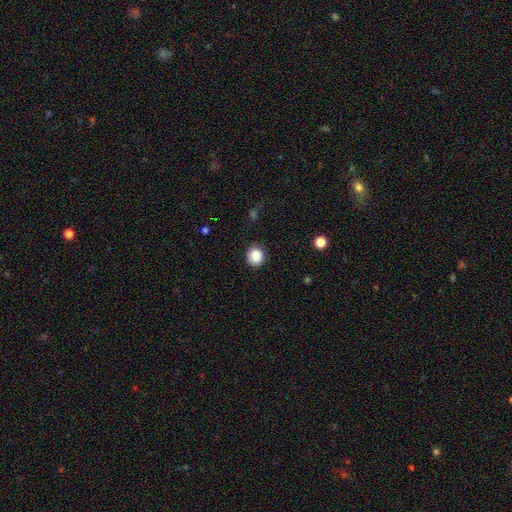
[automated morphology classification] Smooth or featured: smooth — 87% (star or artifact — 9%)
How rounded: round — 88% (in between — 11%)
Merging: none — 89% (minor disturbance — 7%)